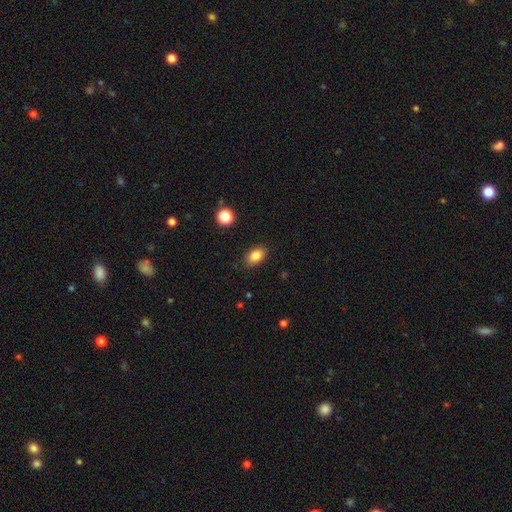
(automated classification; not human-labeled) smooth 83%, star or artifact 9%, featured or disk 8%. Down the decision tree: how rounded — in between (86%); merging — none (85%).